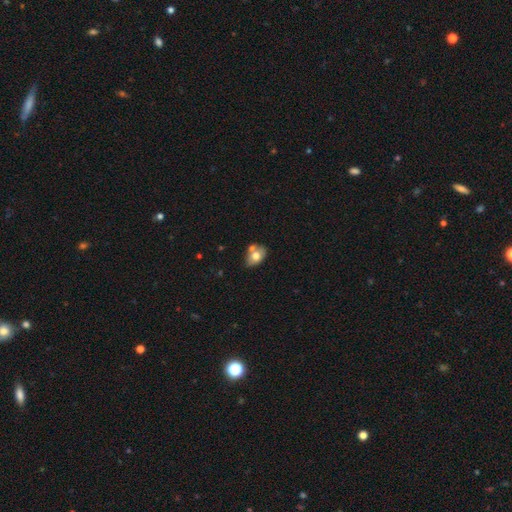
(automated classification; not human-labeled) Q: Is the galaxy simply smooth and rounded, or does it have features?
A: smooth — 68%.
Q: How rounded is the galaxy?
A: in between — 77%.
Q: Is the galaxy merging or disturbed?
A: none — 46%.